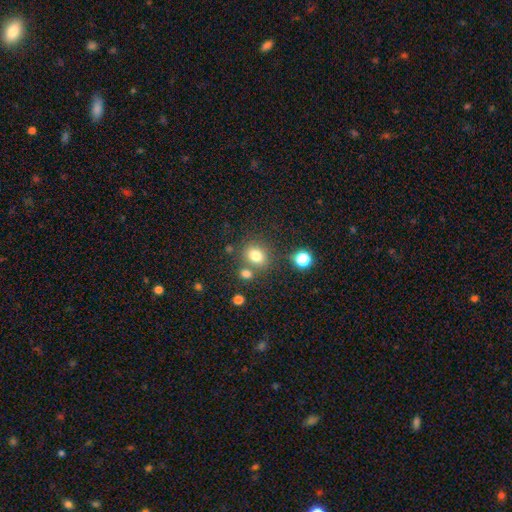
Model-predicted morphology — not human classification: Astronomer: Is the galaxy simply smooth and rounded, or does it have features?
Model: smooth — 78%.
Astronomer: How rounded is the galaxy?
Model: round — 63%.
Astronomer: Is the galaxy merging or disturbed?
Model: none — 68%.